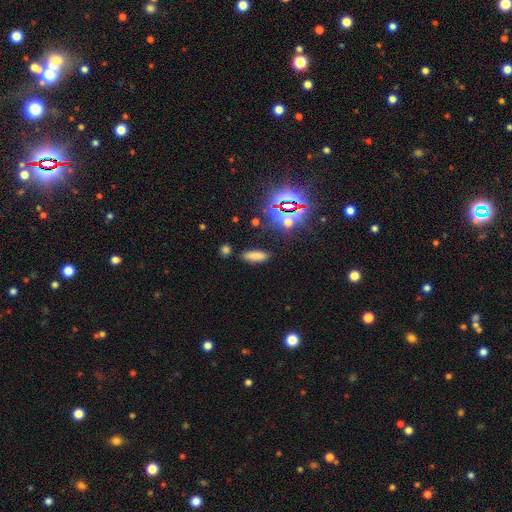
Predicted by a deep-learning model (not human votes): Smooth or featured? smooth (72%)
How rounded? in between (57%)
Merging? none (84%)